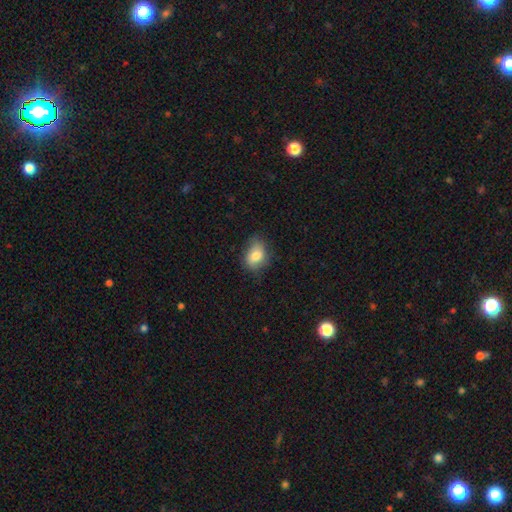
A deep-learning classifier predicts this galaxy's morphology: This appears to be a smooth galaxy with no disk features (76%) that is in between round and cigar-shaped (72%). Merging: none (70%).